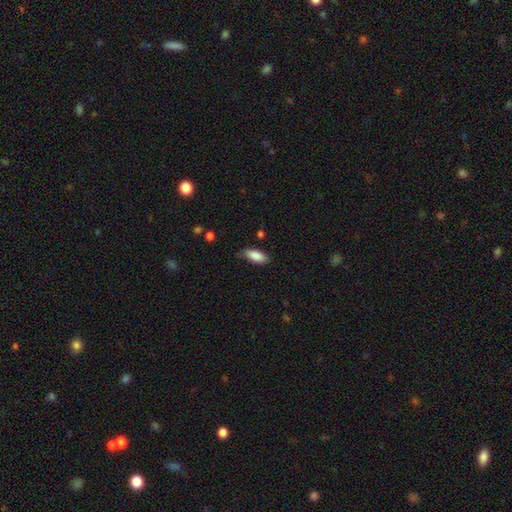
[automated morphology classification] smooth 87%, featured or disk 7%, star or artifact 6%. Down the decision tree: how rounded — in between (83%); merging — none (76%).